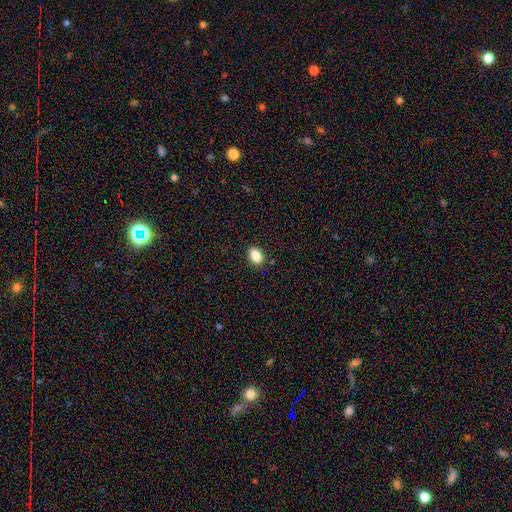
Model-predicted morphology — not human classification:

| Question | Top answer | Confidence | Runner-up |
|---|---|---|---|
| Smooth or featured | smooth | 86% | star or artifact (8%) |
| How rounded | in between | 87% | round (10%) |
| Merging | none | 88% | minor disturbance (9%) |